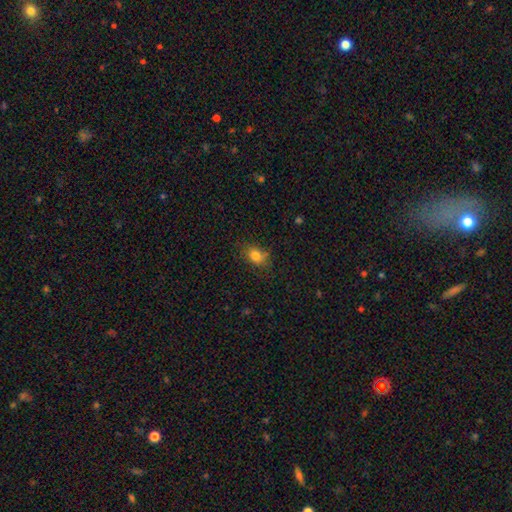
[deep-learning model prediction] smooth_or_featured: smooth (p=0.81) [alt: star or artifact p=0.11]
how_rounded: in between (p=0.60) [alt: round p=0.39]
merging: none (p=0.75) [alt: minor disturbance p=0.19]